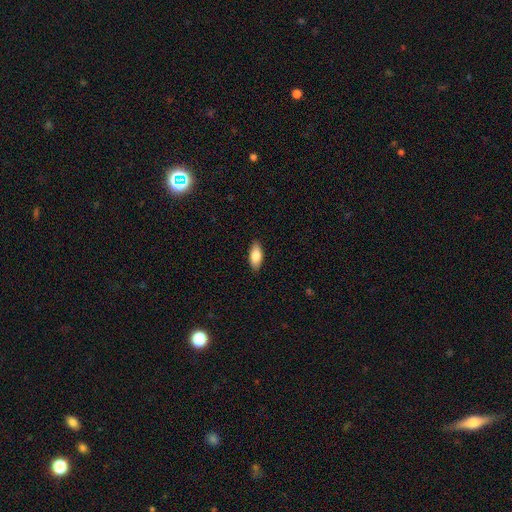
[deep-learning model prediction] This is clearly a smooth galaxy (84%). How rounded: clearly in between (86%). Merging: clearly none (88%).